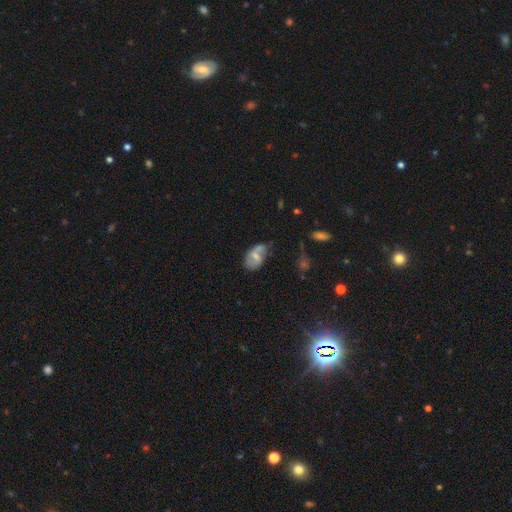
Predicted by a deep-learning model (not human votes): This appears to be a smooth galaxy with no disk features (46%). Merging: none (46%).